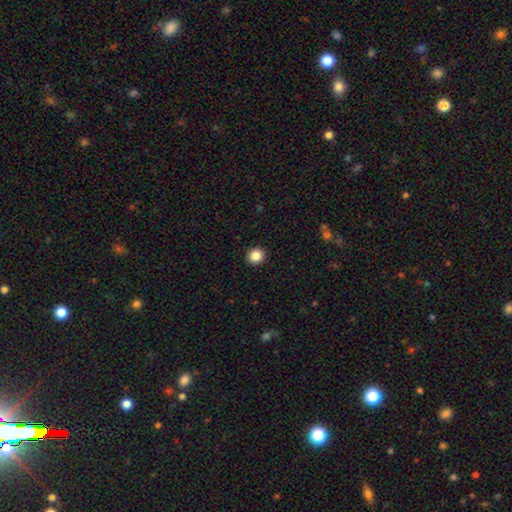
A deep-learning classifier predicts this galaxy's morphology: smooth-or-featured: smooth: 87% | star or artifact: 9% | featured or disk: 3%
  how-rounded: round: 89% | in between: 10% | cigar-shaped: 1%
  merging: none: 92% | minor disturbance: 5% | major disturbance: 2% | merger: 1%